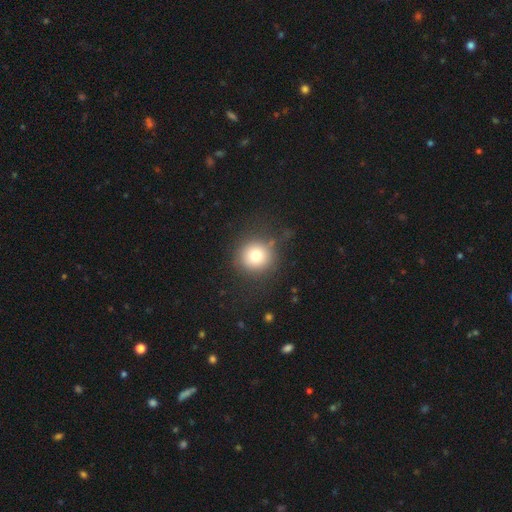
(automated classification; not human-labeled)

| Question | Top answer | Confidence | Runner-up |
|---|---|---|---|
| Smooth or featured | smooth | 74% | star or artifact (13%) |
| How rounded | round | 94% | in between (5%) |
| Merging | none | 79% | minor disturbance (12%) |